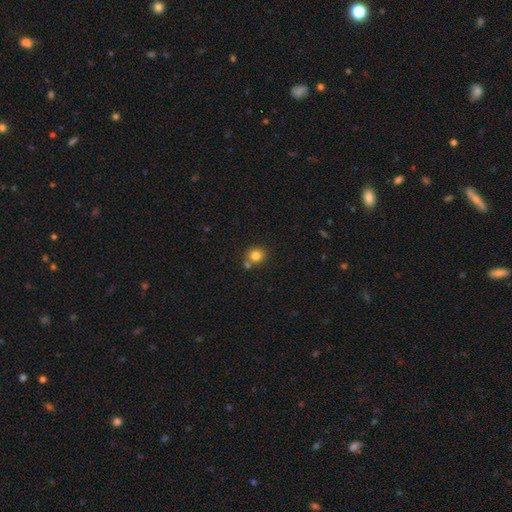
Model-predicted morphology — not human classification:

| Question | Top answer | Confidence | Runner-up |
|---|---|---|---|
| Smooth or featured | smooth | 82% | star or artifact (11%) |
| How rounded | round | 84% | in between (15%) |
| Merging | none | 68% | merger (20%) |